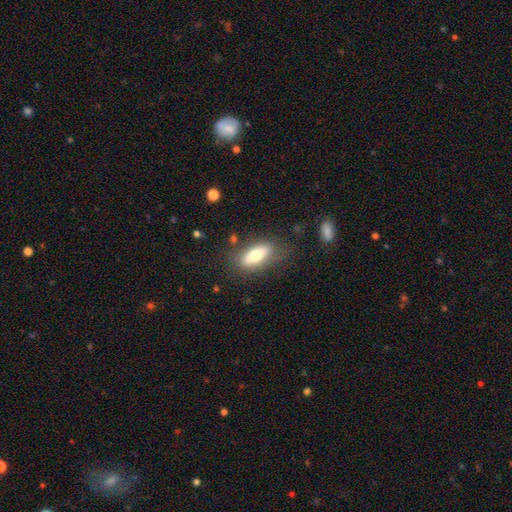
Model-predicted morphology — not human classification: Smooth or featured: smooth — 67% (featured or disk — 26%)
How rounded: in between — 75% (cigar-shaped — 22%)
Merging: none — 75% (minor disturbance — 16%)